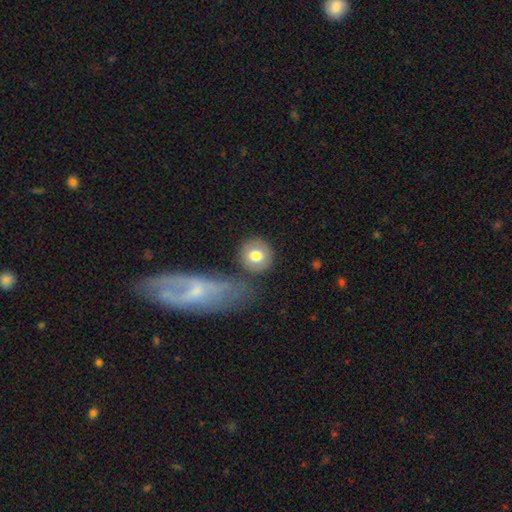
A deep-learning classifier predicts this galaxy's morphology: Q: Smooth or featured?
A: smooth (78%); runner-up: featured or disk (15%)
Q: How rounded?
A: round (90%); runner-up: in between (9%)
Q: Merging?
A: none (77%); runner-up: minor disturbance (10%)